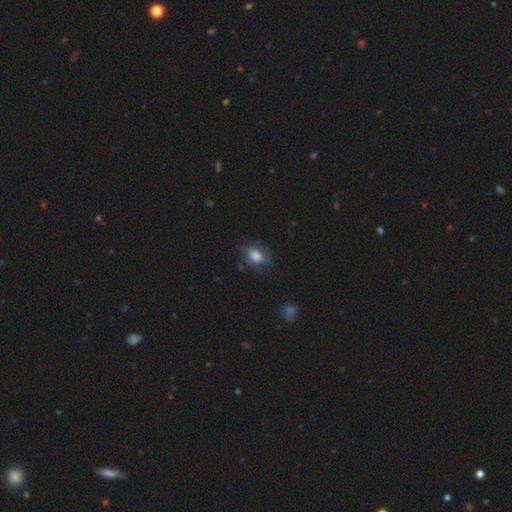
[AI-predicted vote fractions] A smooth galaxy with no disk features (76%) that is in between round and cigar-shaped (67%).

Vote fractions:
- Smooth or featured? smooth: 76% / featured or disk: 14% / star or artifact: 10%
- How rounded? in between: 67% / round: 32% / cigar-shaped: 2%
- Merging? none: 65% / minor disturbance: 24% / major disturbance: 9% / merger: 2%